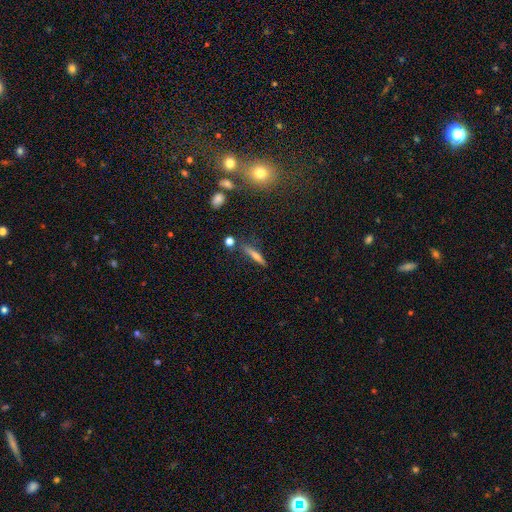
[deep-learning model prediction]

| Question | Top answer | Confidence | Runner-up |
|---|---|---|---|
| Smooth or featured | featured or disk | 46% | smooth (39%) |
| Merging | none | 79% | minor disturbance (11%) |